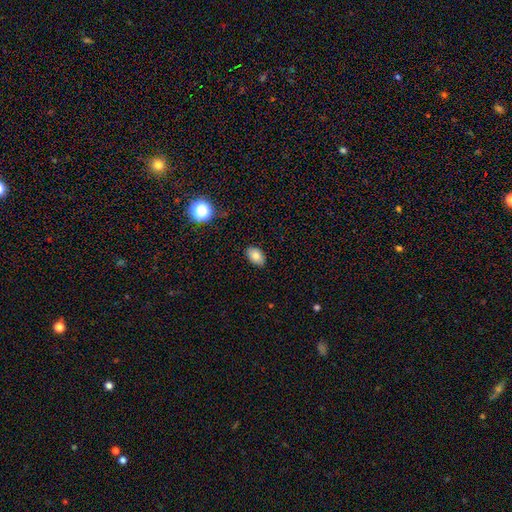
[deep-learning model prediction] smooth 81%, star or artifact 10%, featured or disk 9%. Down the decision tree: how rounded — in between (89%); merging — none (85%).